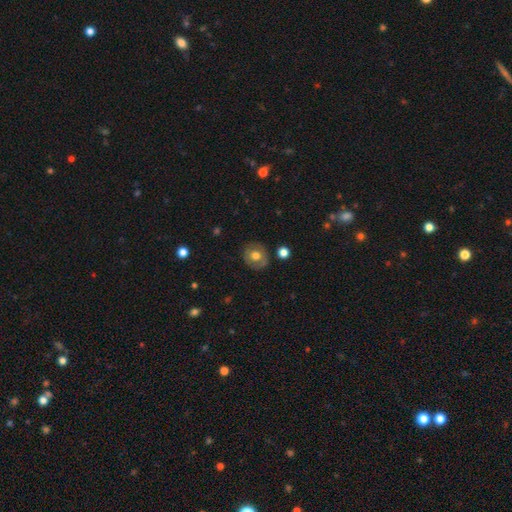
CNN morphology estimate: Smooth or featured?
  - smooth: 61% *
  - featured or disk: 31%
  - star or artifact: 8%
How rounded?
  - round: 82% *
  - in between: 17%
  - cigar-shaped: 1%
Merging?
  - none: 84% *
  - minor disturbance: 11%
  - major disturbance: 3%
  - merger: 2%